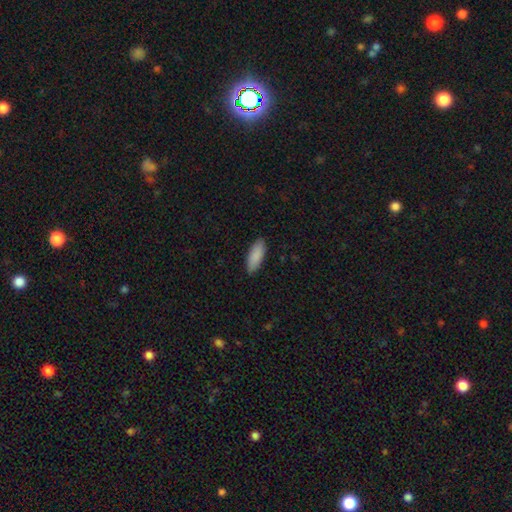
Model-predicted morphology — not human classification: This appears to be a smooth galaxy with no disk features (89%) that is in between round and cigar-shaped (70%). Merging: none (87%).